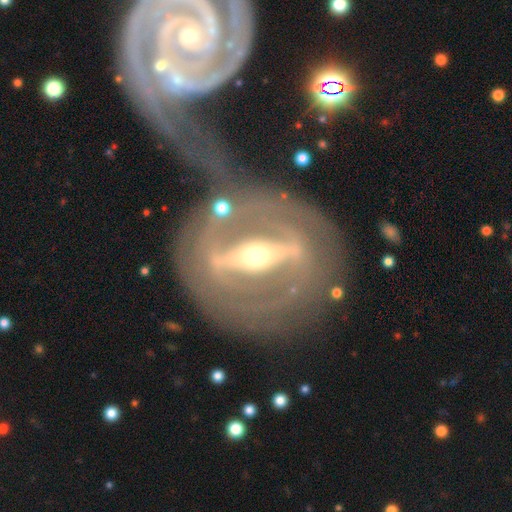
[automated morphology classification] Q: Smooth or featured?
A: featured or disk (86%); runner-up: smooth (9%)
Q: Edge-on disk?
A: no (82%); runner-up: yes (18%)
Q: Bar?
A: strong (80%); runner-up: weak (13%)
Q: Spiral arms?
A: yes (62%); runner-up: no (38%)
Q: Bulge size?
A: moderate (61%); runner-up: small (29%)
Q: Merging?
A: none (52%); runner-up: merger (19%)